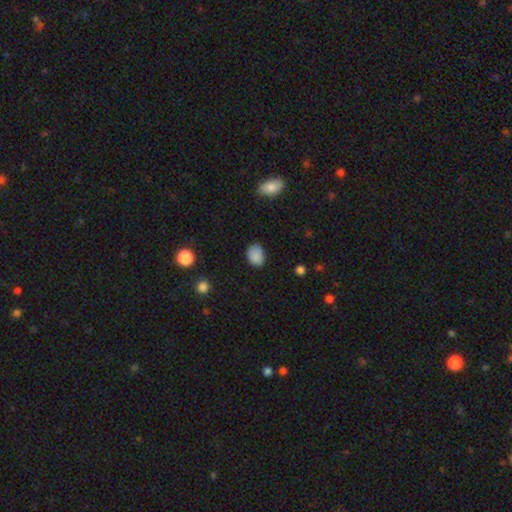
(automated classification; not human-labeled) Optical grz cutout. It shows a smooth galaxy with no disk features (86%) that is in between round and cigar-shaped (67%). Merging: none (75%).